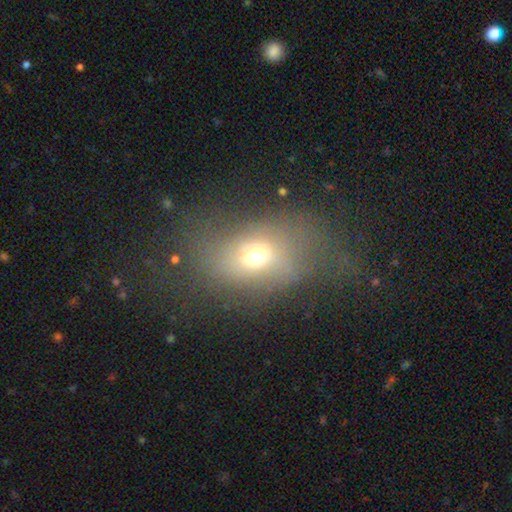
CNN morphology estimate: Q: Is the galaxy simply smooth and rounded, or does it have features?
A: smooth — 61%.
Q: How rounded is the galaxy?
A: in between — 64%.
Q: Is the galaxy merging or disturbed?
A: none — 55%.